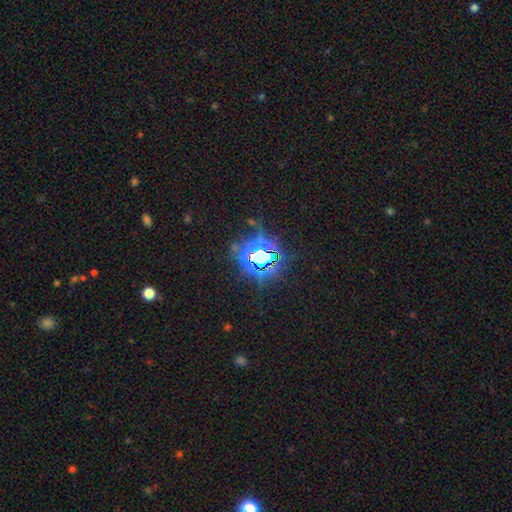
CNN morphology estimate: type=star or artifact (77%).